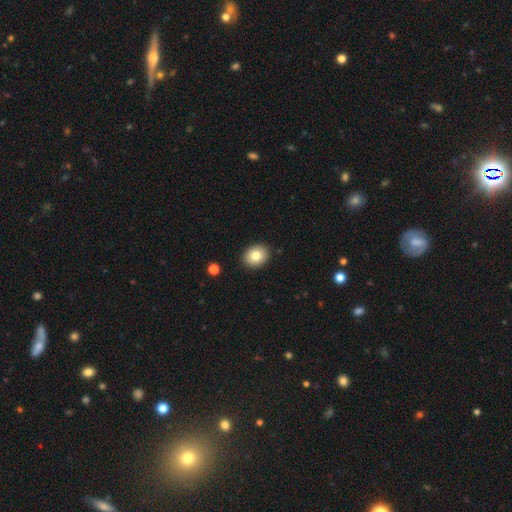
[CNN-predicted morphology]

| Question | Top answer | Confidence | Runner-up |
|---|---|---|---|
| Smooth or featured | smooth | 81% | featured or disk (10%) |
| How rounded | round | 56% | in between (43%) |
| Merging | none | 90% | minor disturbance (7%) |